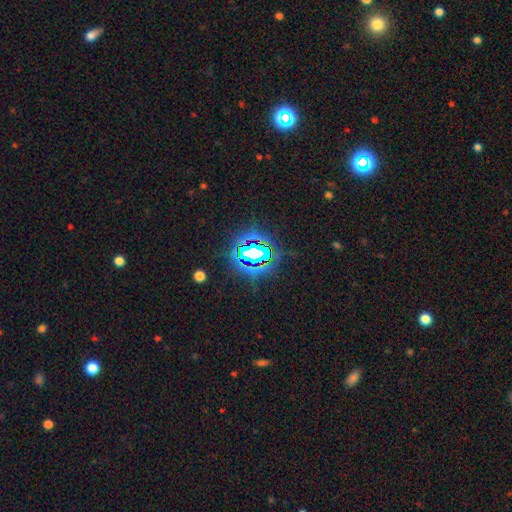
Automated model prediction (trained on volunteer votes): A star or artifact, not a galaxy (78%).

Vote fractions:
- Smooth or featured? star or artifact: 78% / smooth: 13% / featured or disk: 9%